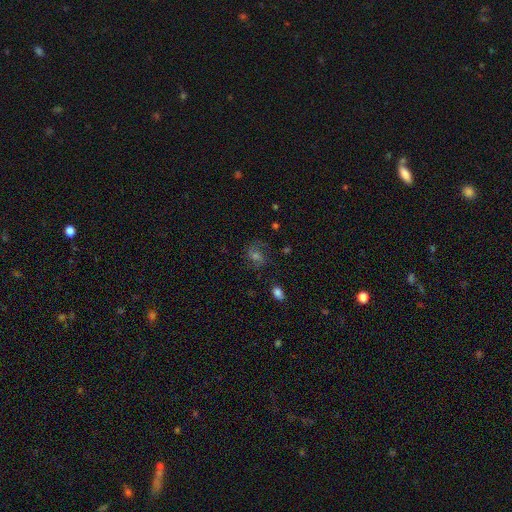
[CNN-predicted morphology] Q: Smooth or featured?
A: featured or disk (51%); runner-up: smooth (26%)
Q: Edge-on disk?
A: no (96%); runner-up: yes (4%)
Q: Merging?
A: none (72%); runner-up: minor disturbance (16%)